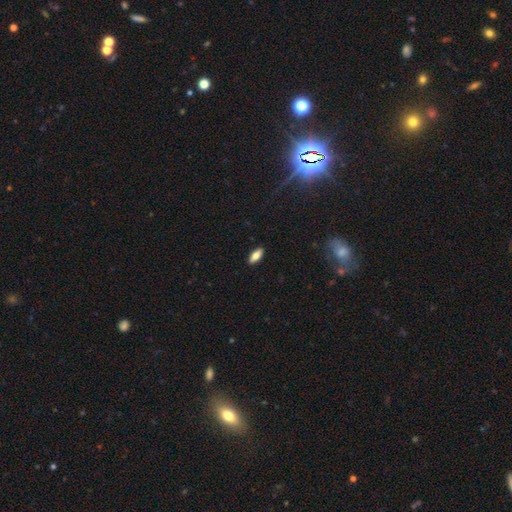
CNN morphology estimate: smooth_or_featured: smooth (p=0.73) [alt: featured or disk p=0.19]
how_rounded: in between (p=0.77) [alt: cigar-shaped p=0.20]
merging: none (p=0.90) [alt: minor disturbance p=0.08]